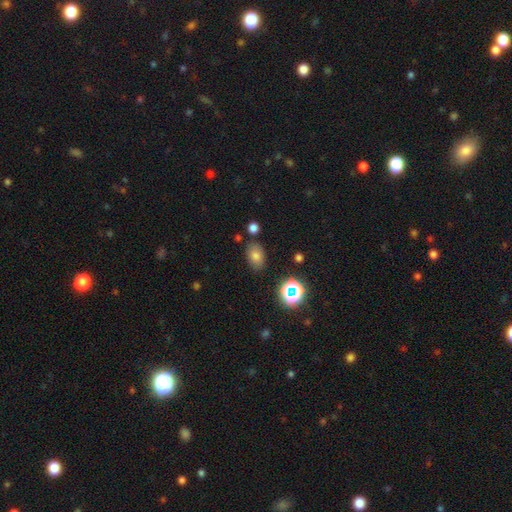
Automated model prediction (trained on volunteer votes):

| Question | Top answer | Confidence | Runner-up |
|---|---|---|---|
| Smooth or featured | smooth | 75% | star or artifact (16%) |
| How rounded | in between | 83% | round (16%) |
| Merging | none | 80% | minor disturbance (12%) |